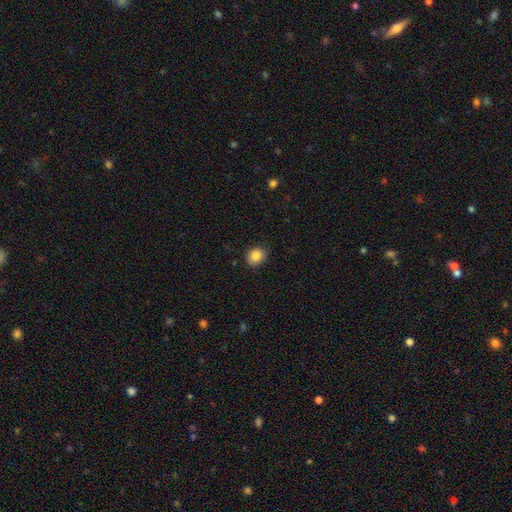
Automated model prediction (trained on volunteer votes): Morphology: type=smooth (86%); roundness=round (61%); merging=none (86%).